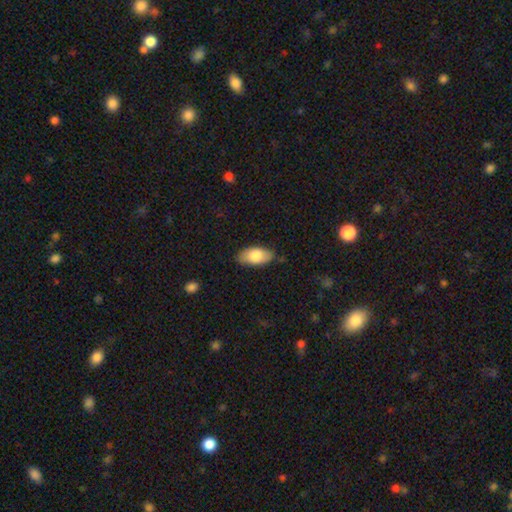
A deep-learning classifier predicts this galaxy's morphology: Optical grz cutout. It shows a smooth galaxy with no disk features (79%) that is in between round and cigar-shaped (93%). Merging: none (78%).